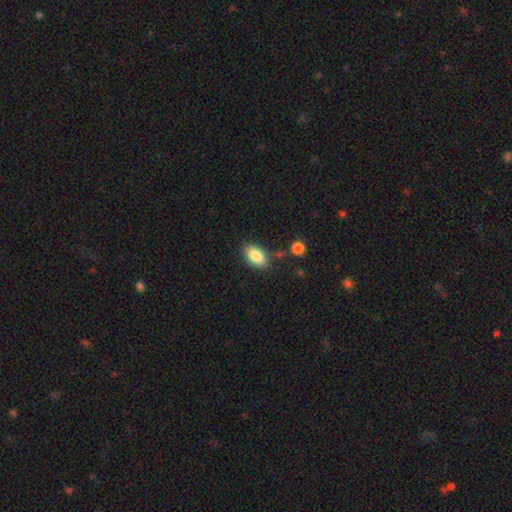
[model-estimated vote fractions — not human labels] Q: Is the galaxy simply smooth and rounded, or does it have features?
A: smooth — 85%.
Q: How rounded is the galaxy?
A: in between — 91%.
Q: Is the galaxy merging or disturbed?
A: none — 81%.